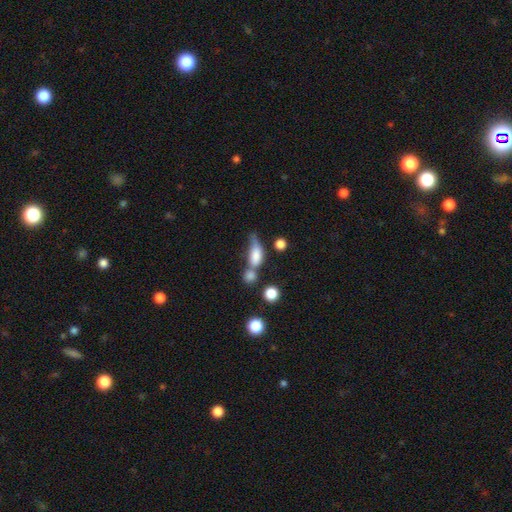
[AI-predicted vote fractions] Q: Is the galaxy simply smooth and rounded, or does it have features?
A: smooth — 71%.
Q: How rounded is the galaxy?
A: in between — 71%.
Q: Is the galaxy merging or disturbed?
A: merger — 41%.